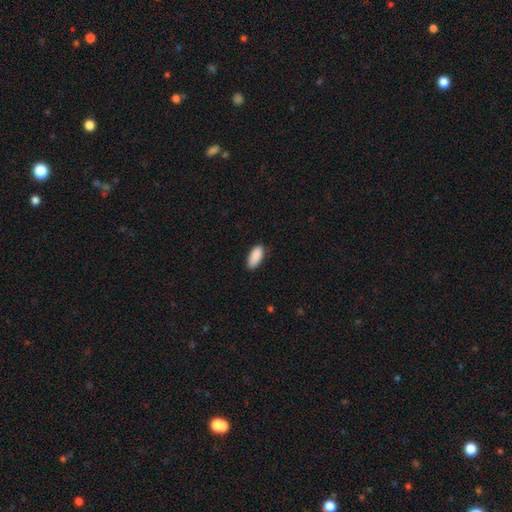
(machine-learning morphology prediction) Q: Smooth or featured?
A: smooth (90%); runner-up: star or artifact (7%)
Q: How rounded?
A: in between (91%); runner-up: cigar-shaped (7%)
Q: Merging?
A: none (79%); runner-up: minor disturbance (18%)